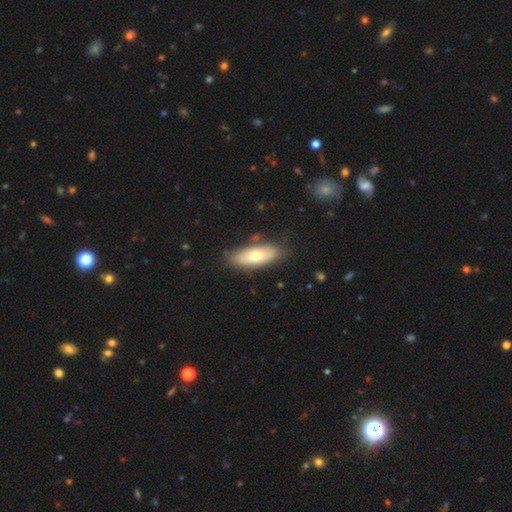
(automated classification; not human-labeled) smooth 64%, featured or disk 30%, star or artifact 6%. Down the decision tree: how rounded — in between (73%); merging — none (80%).